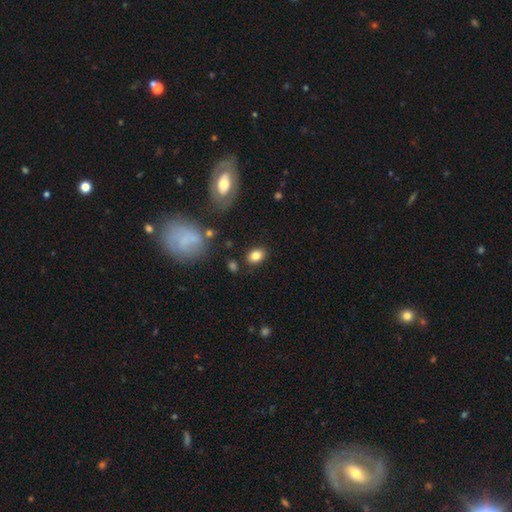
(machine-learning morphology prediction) This is clearly a smooth galaxy (82%). How rounded: likely in between (69%). Merging: clearly none (83%).